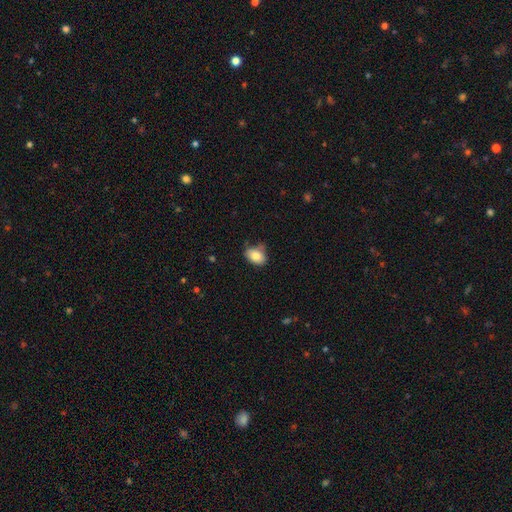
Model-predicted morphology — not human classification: Smooth or featured: smooth — 82% (featured or disk — 9%)
How rounded: in between — 78% (round — 21%)
Merging: none — 62% (minor disturbance — 27%)